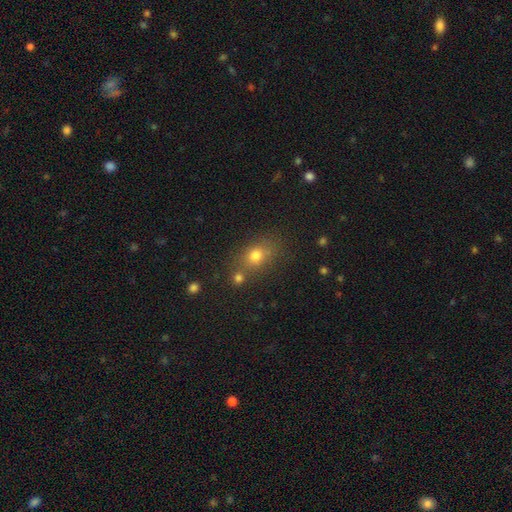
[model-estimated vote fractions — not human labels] The model was most divided on "how rounded": in between: 51%, round: 46%, cigar-shaped: 3%. More confident: smooth or featured — smooth (71%); merging — none (66%).